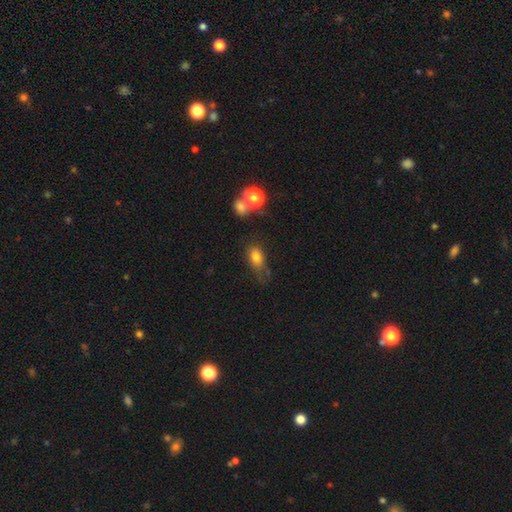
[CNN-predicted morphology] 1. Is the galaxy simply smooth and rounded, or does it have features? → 78% smooth, 11% featured or disk, 11% star or artifact.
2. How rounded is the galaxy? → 80% in between, 15% round, 5% cigar-shaped.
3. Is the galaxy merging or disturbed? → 43% none, 30% minor disturbance, 19% major disturbance, 8% merger.